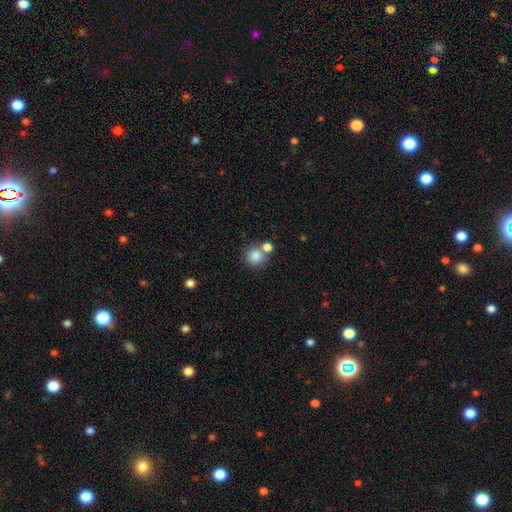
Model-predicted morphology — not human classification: type=smooth (84%); roundness=round (91%); merging=none (63%).